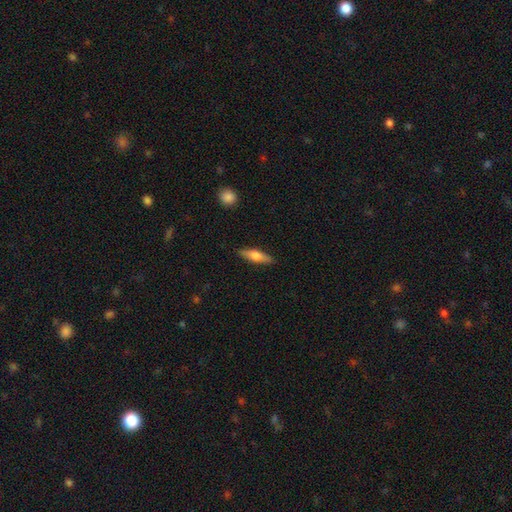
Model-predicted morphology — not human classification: This appears to be a smooth galaxy with no disk features (56%) that is cigar-shaped (60%). Merging: none (88%).